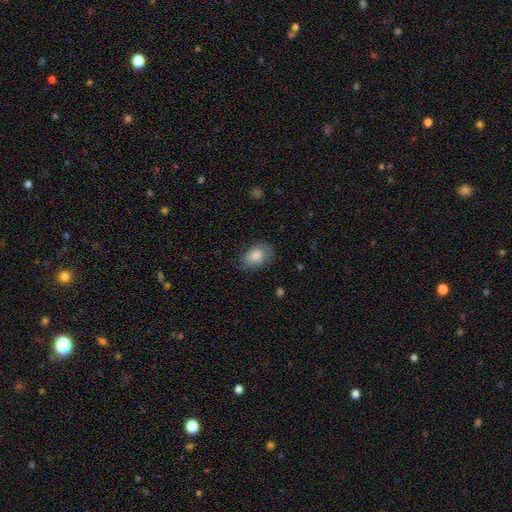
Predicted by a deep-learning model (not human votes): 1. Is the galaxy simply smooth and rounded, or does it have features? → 81% smooth, 12% featured or disk, 7% star or artifact.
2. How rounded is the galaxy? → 83% in between, 16% round, 1% cigar-shaped.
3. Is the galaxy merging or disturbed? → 64% none, 27% minor disturbance, 8% major disturbance, 1% merger.